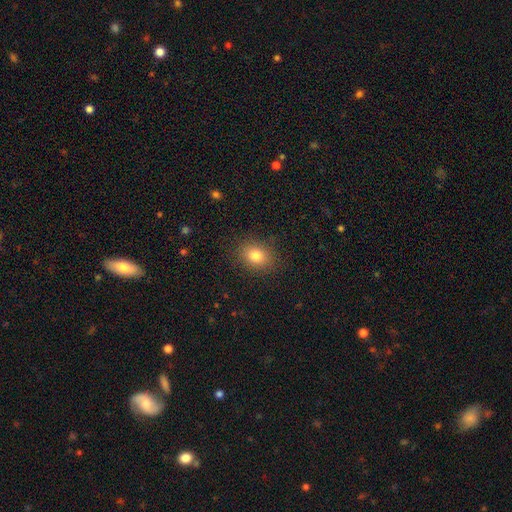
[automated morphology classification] smooth_or_featured: smooth (p=0.81) [alt: star or artifact p=0.11]
how_rounded: in between (p=0.54) [alt: round p=0.45]
merging: none (p=0.87) [alt: minor disturbance p=0.09]